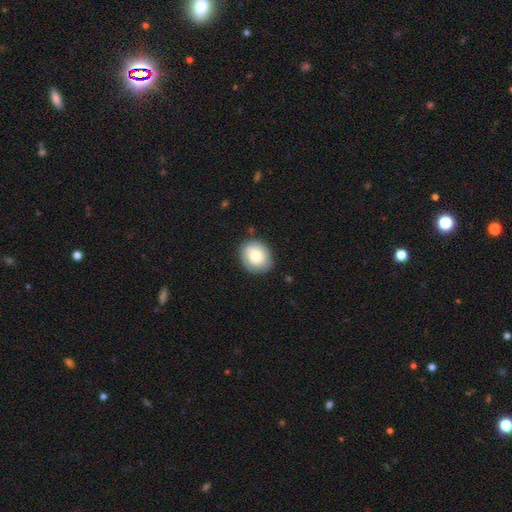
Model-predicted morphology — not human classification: type=smooth (57%); roundness=round (71%); merging=none (78%).